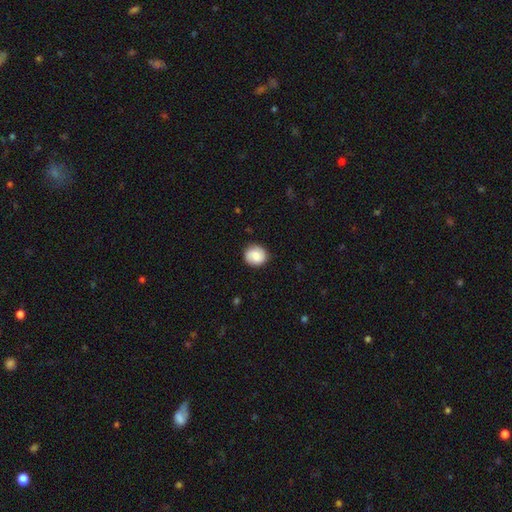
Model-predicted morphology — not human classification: This appears to be a smooth galaxy with no disk features (76%) that is round (87%). Merging: none (86%).